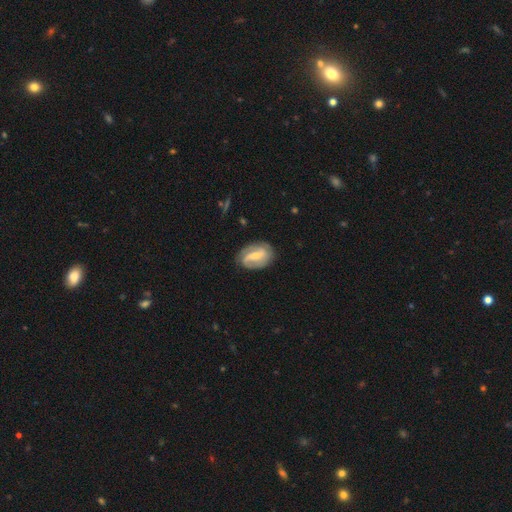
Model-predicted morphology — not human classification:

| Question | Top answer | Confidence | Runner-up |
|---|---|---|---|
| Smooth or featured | featured or disk | 77% | smooth (17%) |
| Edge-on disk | no | 97% | yes (3%) |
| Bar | weak | 46% | strong (28%) |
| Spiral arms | yes | 92% | no (8%) |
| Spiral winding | medium | 41% | tight (33%) |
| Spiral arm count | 2 | 70% | 1 (11%) |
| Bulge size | small | 52% | moderate (43%) |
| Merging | none | 77% | minor disturbance (16%) |